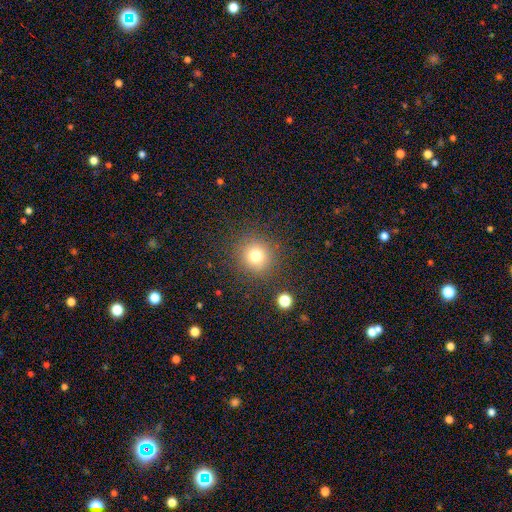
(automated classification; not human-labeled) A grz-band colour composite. It shows a smooth galaxy with no disk features (75%) that is round (92%). Merging: none (86%).